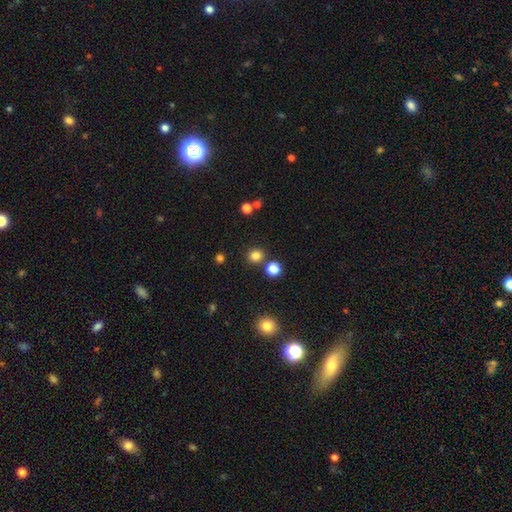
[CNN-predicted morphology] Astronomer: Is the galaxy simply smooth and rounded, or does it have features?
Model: smooth — 81%.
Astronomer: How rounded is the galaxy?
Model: round — 85%.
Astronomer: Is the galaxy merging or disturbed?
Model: none — 83%.